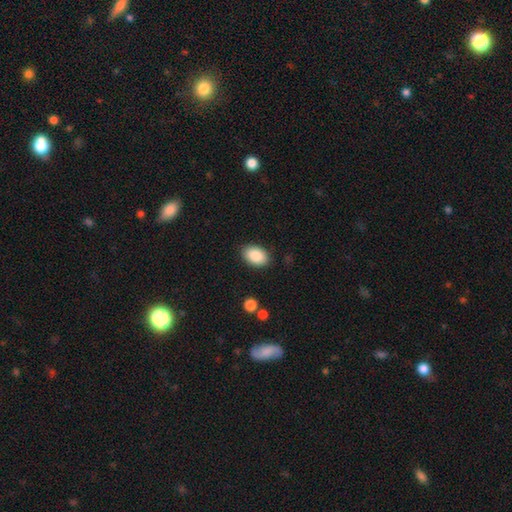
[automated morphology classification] Q: Smooth or featured?
A: smooth (89%); runner-up: star or artifact (7%)
Q: How rounded?
A: in between (89%); runner-up: round (9%)
Q: Merging?
A: none (86%); runner-up: minor disturbance (10%)